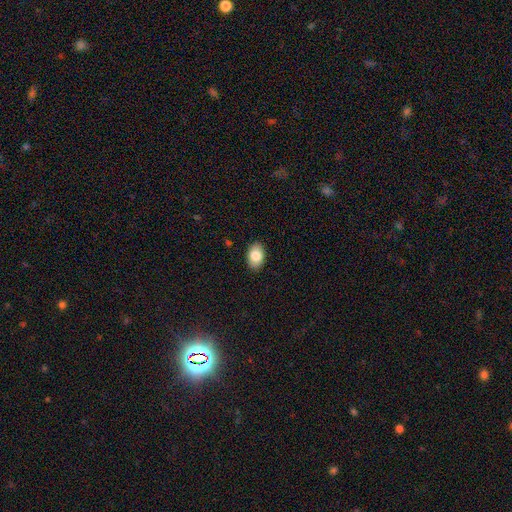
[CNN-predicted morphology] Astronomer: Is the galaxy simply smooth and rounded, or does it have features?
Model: smooth — 85%.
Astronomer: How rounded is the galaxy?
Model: in between — 90%.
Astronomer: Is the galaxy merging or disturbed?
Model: none — 89%.